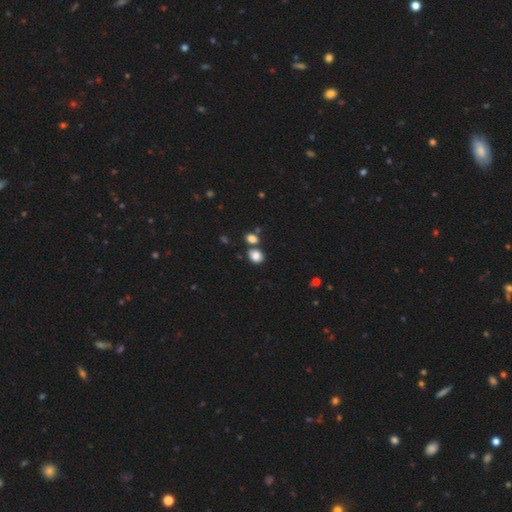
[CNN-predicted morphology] Q: Smooth or featured?
A: smooth (83%); runner-up: star or artifact (11%)
Q: How rounded?
A: round (58%); runner-up: in between (41%)
Q: Merging?
A: none (62%); runner-up: merger (23%)